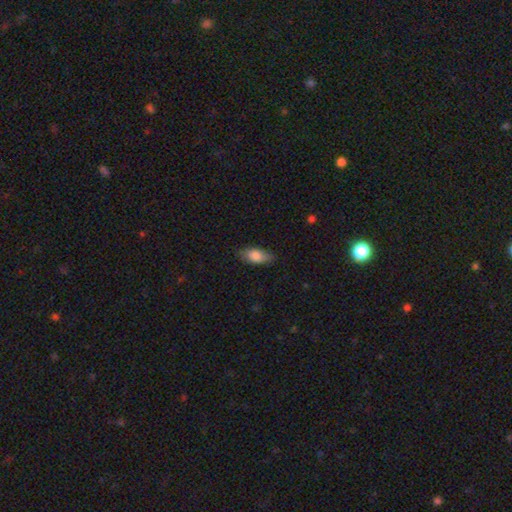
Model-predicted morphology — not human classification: A smooth galaxy with no disk features (81%) that is in between round and cigar-shaped (87%). Merging: none (77%).